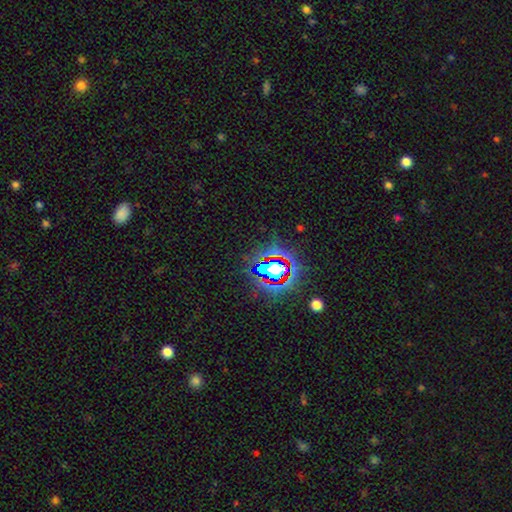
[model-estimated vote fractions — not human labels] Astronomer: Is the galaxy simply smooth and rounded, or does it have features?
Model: star or artifact — 80%.